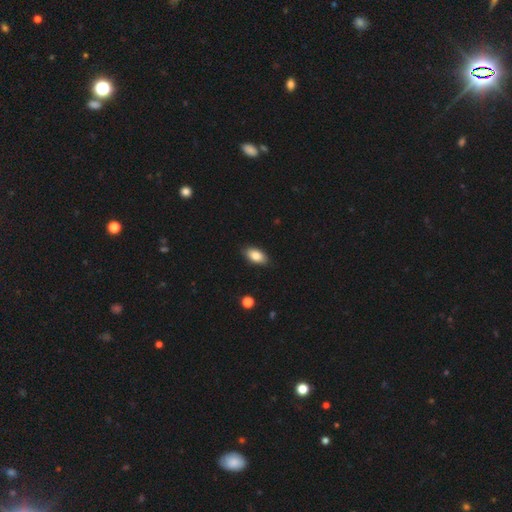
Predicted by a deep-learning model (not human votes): Morphology: type=smooth (83%); roundness=in between (92%); merging=none (88%).